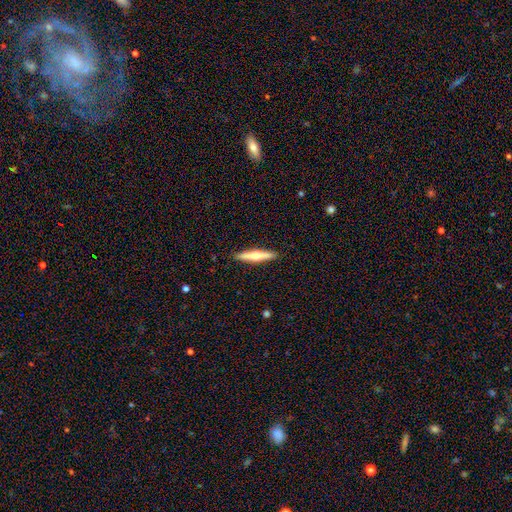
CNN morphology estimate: featured or disk 52%, smooth 43%, star or artifact 6%. Down the decision tree: edge-on disk — yes (97%); edge-on bulge — rounded (86%); merging — none (91%).